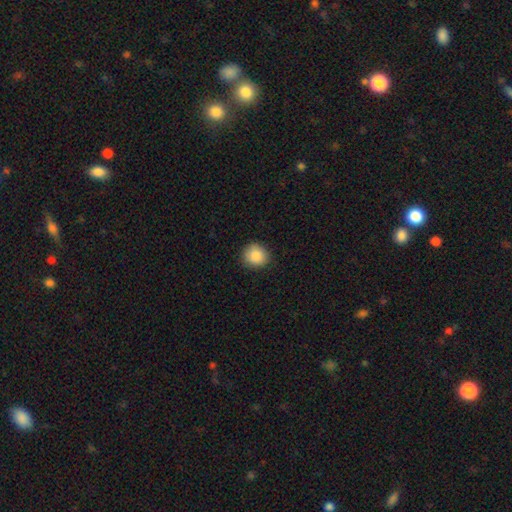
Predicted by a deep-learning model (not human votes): Smooth or featured? Predicted: smooth (p=0.88). How rounded? Predicted: round (p=0.89). Merging? Predicted: none (p=0.88).